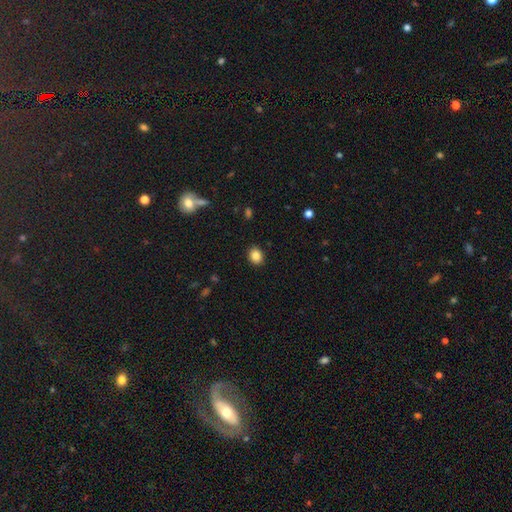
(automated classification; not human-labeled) Q: Smooth or featured?
A: smooth (86%); runner-up: star or artifact (9%)
Q: How rounded?
A: round (51%); runner-up: in between (49%)
Q: Merging?
A: none (90%); runner-up: minor disturbance (7%)